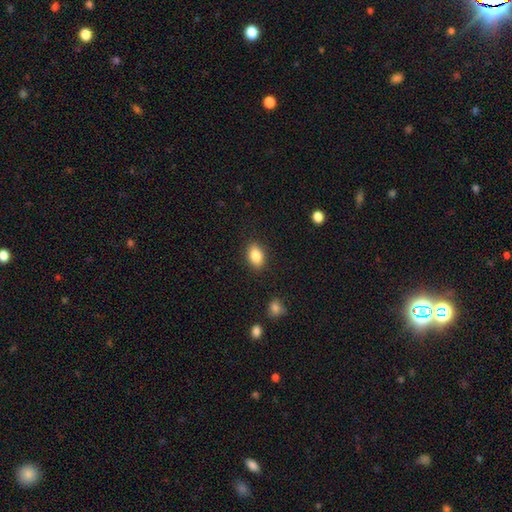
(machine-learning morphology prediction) Smooth or featured: smooth — 85% (star or artifact — 8%)
How rounded: in between — 85% (round — 13%)
Merging: none — 88% (minor disturbance — 9%)